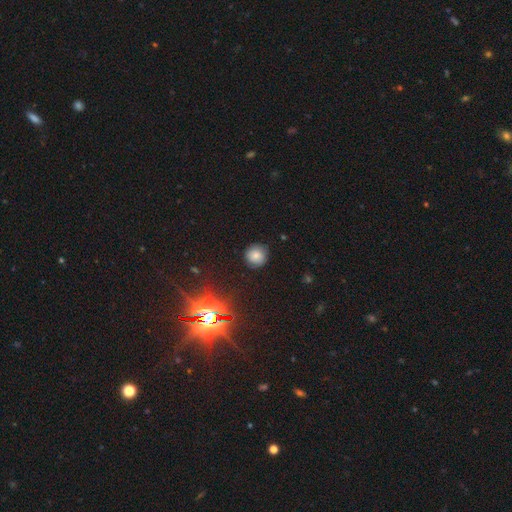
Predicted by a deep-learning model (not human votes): This is likely a smooth galaxy (75%). How rounded: clearly round (93%). Merging: clearly none (87%).